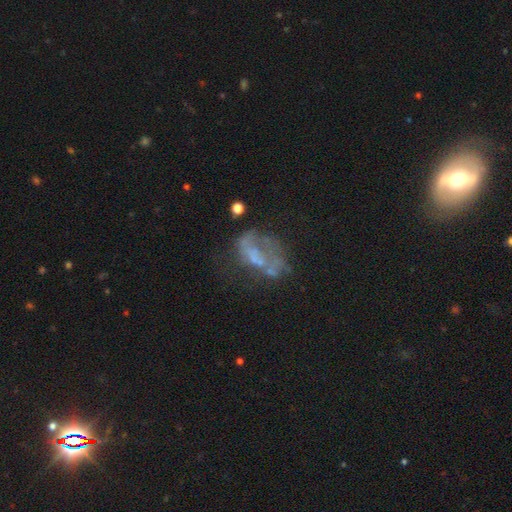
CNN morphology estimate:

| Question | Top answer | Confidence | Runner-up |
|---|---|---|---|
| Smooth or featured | featured or disk | 58% | smooth (26%) |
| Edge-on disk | no | 97% | yes (3%) |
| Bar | no | 82% | weak (13%) |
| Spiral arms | no | 84% | yes (16%) |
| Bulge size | none | 63% | small (23%) |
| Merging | none | 34% | major disturbance (33%) |